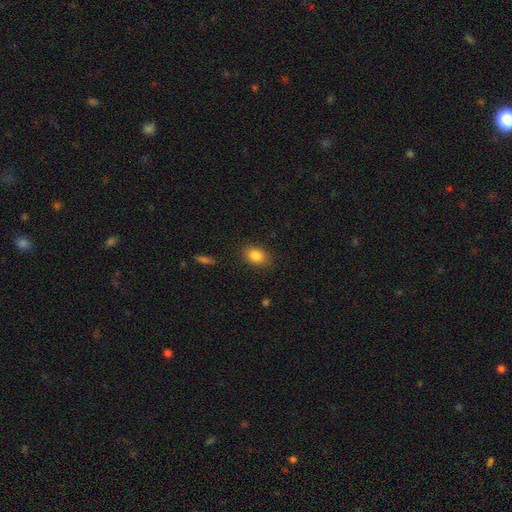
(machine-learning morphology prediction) Q: Smooth or featured?
A: smooth (85%); runner-up: star or artifact (9%)
Q: How rounded?
A: in between (78%); runner-up: round (20%)
Q: Merging?
A: none (85%); runner-up: minor disturbance (11%)